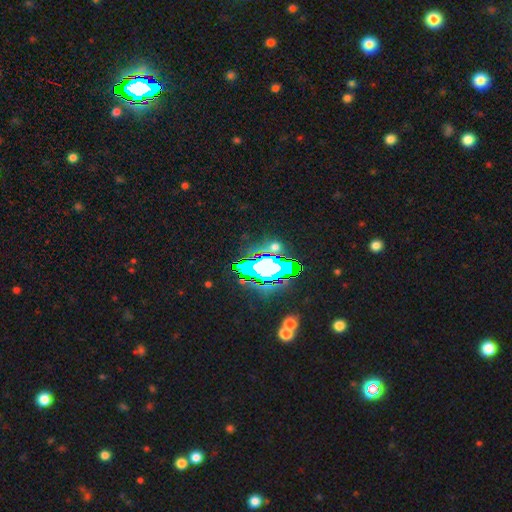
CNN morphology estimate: A star or artifact, not a galaxy (73%).